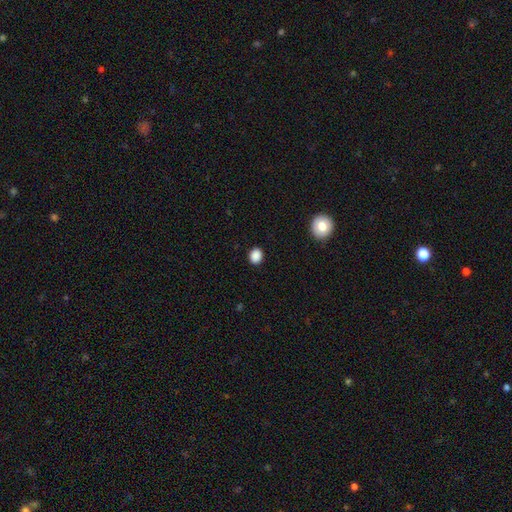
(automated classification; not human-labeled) Q: Smooth or featured?
A: smooth (88%); runner-up: star or artifact (9%)
Q: How rounded?
A: round (61%); runner-up: in between (38%)
Q: Merging?
A: none (90%); runner-up: minor disturbance (7%)